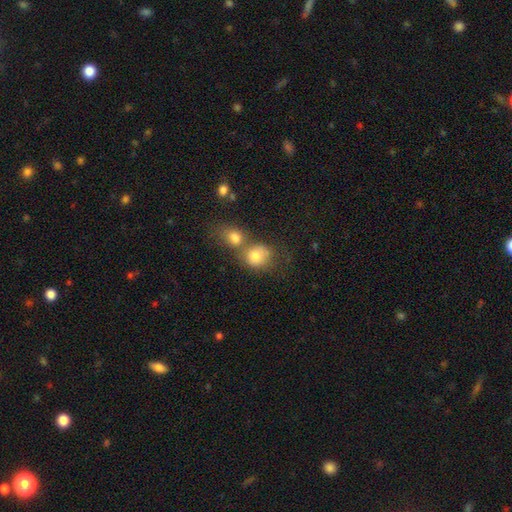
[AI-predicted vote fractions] Smooth or featured?
  - smooth: 78% *
  - featured or disk: 11%
  - star or artifact: 11%
How rounded?
  - round: 73% *
  - in between: 26%
  - cigar-shaped: 1%
Merging?
  - merger: 51% *
  - none: 33%
  - minor disturbance: 10%
  - major disturbance: 6%